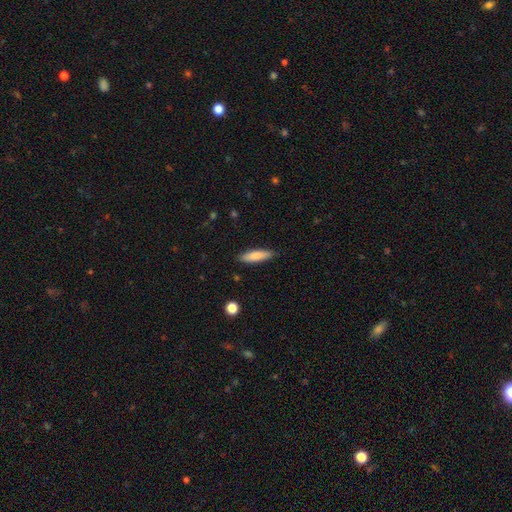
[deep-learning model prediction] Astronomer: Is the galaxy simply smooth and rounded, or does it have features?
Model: smooth — 82%.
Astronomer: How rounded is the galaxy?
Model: cigar-shaped — 70%.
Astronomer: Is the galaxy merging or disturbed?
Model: none — 88%.